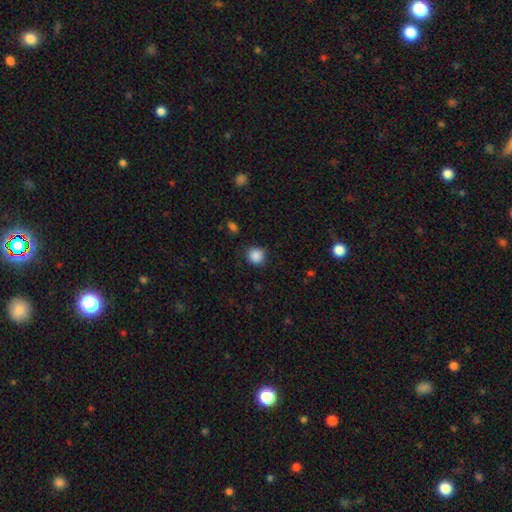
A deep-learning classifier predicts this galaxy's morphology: Smooth or featured?
  - smooth: 87% *
  - star or artifact: 10%
  - featured or disk: 3%
How rounded?
  - round: 89% *
  - in between: 11%
  - cigar-shaped: 1%
Merging?
  - none: 85% *
  - minor disturbance: 11%
  - major disturbance: 3%
  - merger: 1%